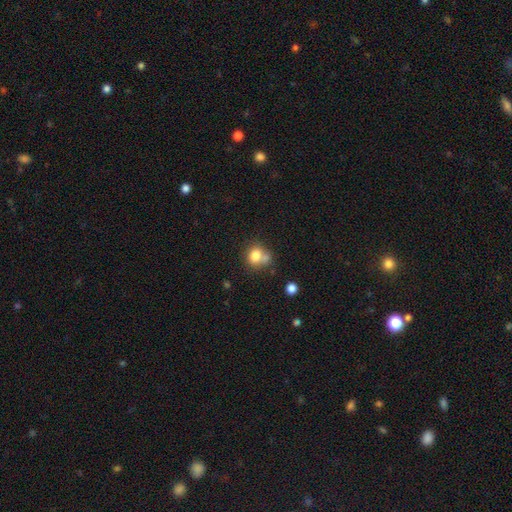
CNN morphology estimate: This appears to be a smooth galaxy with no disk features (78%) that is round (67%). Merging: none (48%).